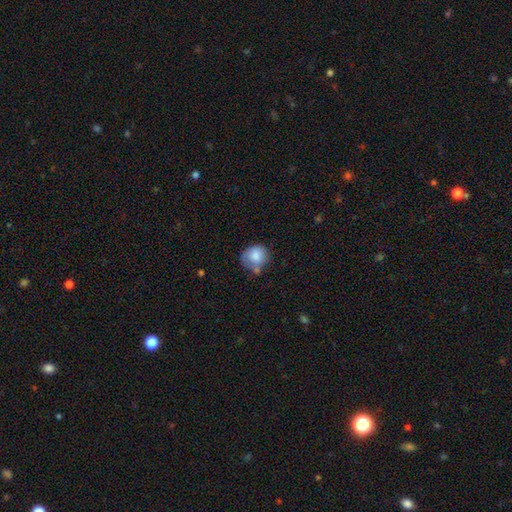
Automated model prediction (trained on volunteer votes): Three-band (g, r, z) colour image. It shows a smooth galaxy with no disk features (80%) that is round (77%). Merging: none (47%).